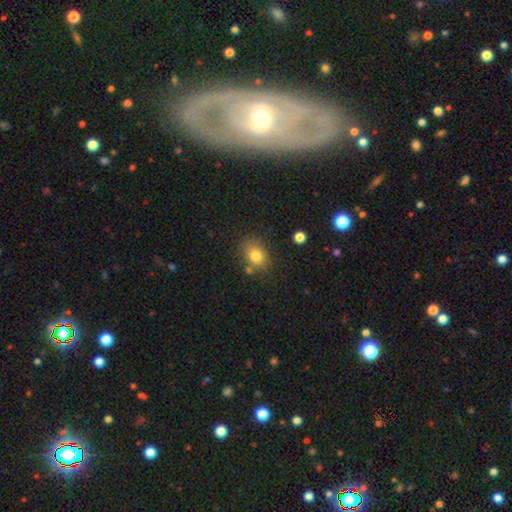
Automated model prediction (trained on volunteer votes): Smooth or featured?
  - smooth: 79% *
  - star or artifact: 11%
  - featured or disk: 10%
How rounded?
  - in between: 56% *
  - round: 43%
  - cigar-shaped: 1%
Merging?
  - none: 69% *
  - minor disturbance: 17%
  - merger: 9%
  - major disturbance: 5%